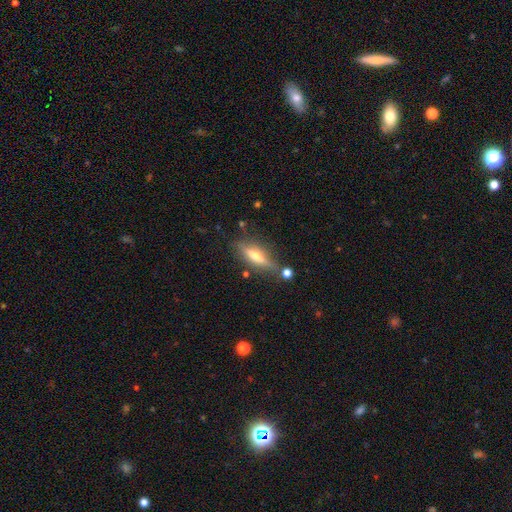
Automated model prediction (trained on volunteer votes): Smooth or featured? featured or disk (52%)
Edge-on disk? yes (90%)
Merging? none (76%)